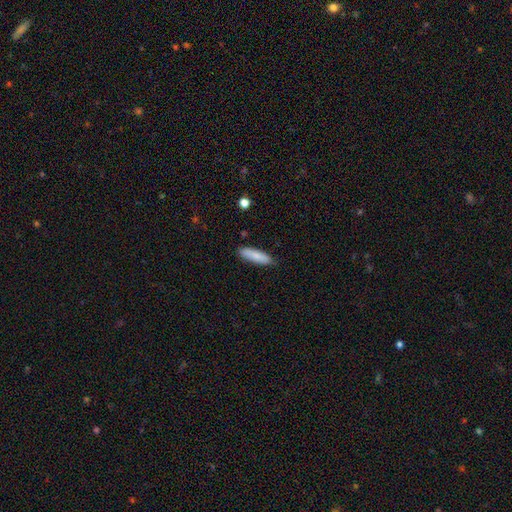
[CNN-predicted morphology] Q: Smooth or featured?
A: smooth (83%); runner-up: featured or disk (11%)
Q: How rounded?
A: cigar-shaped (61%); runner-up: in between (37%)
Q: Merging?
A: none (85%); runner-up: minor disturbance (12%)